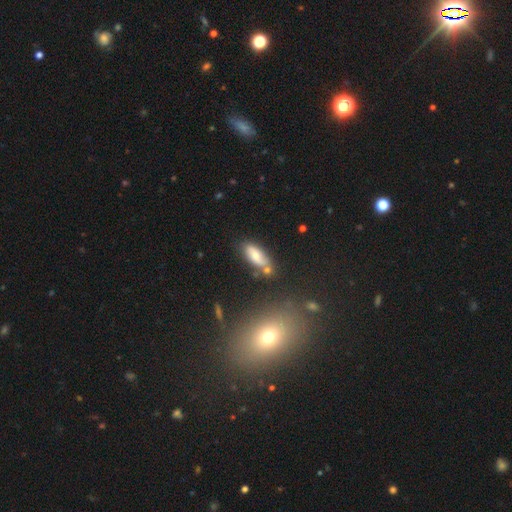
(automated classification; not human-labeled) This appears to be a smooth galaxy with no disk features (66%) that is in between round and cigar-shaped (73%). Merging: none (61%).